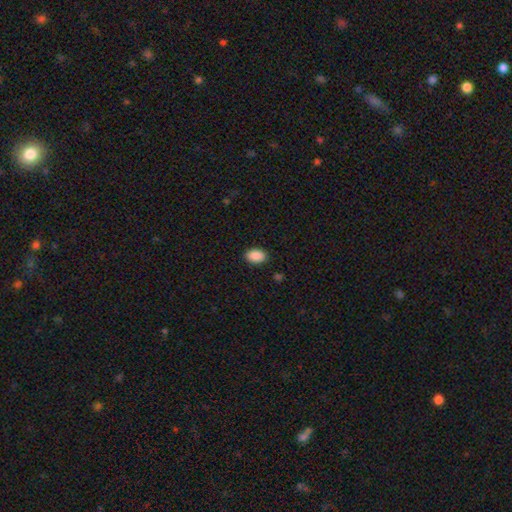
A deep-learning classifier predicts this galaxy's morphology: This is clearly a smooth galaxy (90%). How rounded: clearly in between (89%). Merging: clearly none (88%).